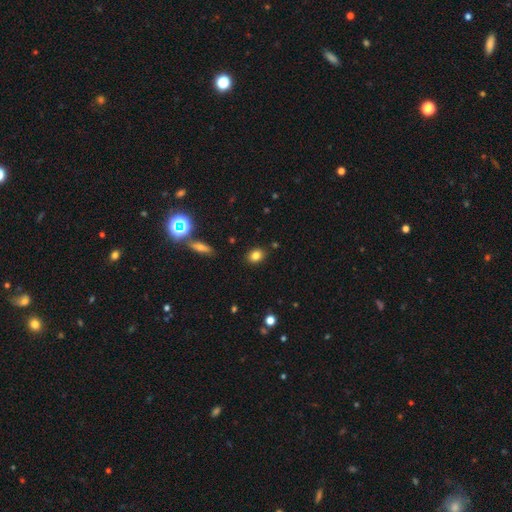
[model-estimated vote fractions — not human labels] smooth-or-featured: smooth: 81% | star or artifact: 11% | featured or disk: 8%
  how-rounded: in between: 62% | round: 37% | cigar-shaped: 2%
  merging: none: 87% | minor disturbance: 9% | major disturbance: 2% | merger: 2%